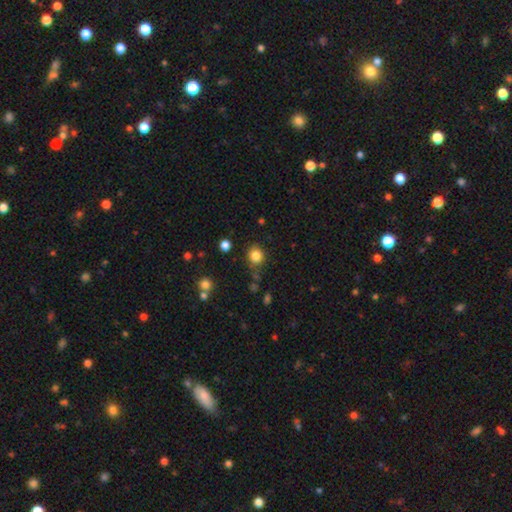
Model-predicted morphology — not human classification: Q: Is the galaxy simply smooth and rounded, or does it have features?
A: smooth — 83%.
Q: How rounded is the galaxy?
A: round — 78%.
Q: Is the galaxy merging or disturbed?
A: none — 79%.